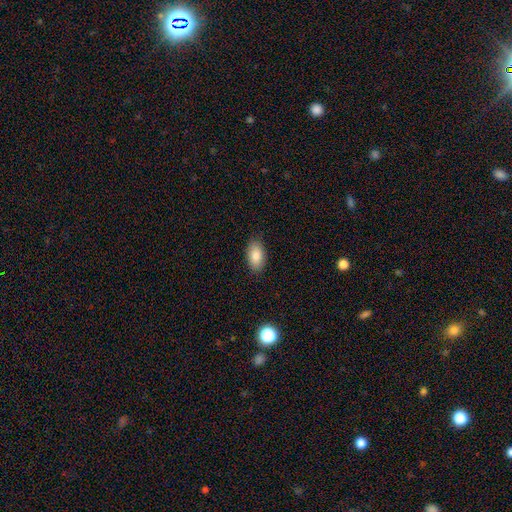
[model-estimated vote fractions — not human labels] smooth-or-featured: smooth: 85% | featured or disk: 8% | star or artifact: 7%
  how-rounded: in between: 93% | round: 5% | cigar-shaped: 2%
  merging: none: 86% | minor disturbance: 11% | major disturbance: 2% | merger: 1%